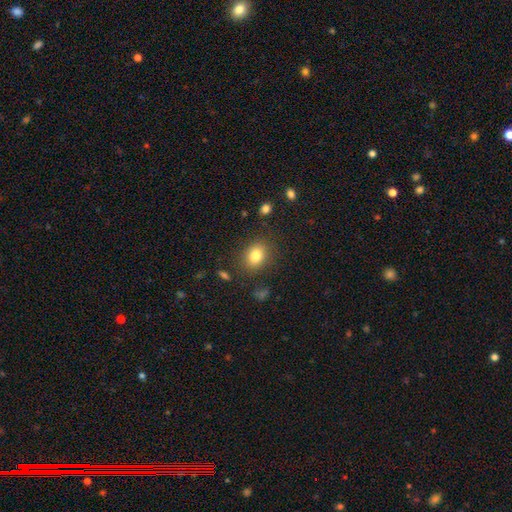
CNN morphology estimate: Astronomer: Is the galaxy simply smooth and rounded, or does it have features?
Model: smooth — 82%.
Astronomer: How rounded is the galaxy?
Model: in between — 62%.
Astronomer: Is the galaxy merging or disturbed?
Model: none — 83%.